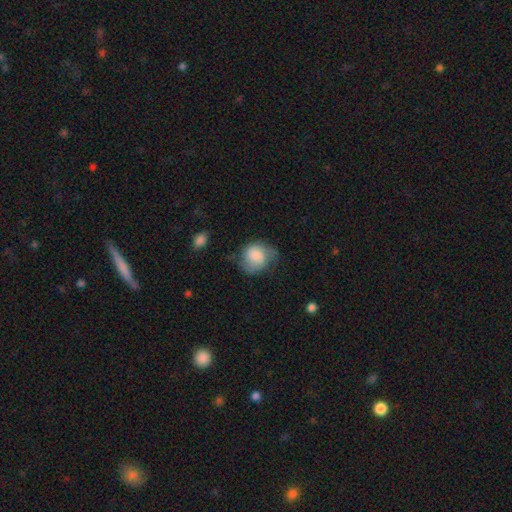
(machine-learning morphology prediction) Smooth or featured?
  - smooth: 66% *
  - featured or disk: 26%
  - star or artifact: 8%
How rounded?
  - round: 71% *
  - in between: 28%
  - cigar-shaped: 1%
Merging?
  - none: 49% *
  - minor disturbance: 33%
  - major disturbance: 16%
  - merger: 2%